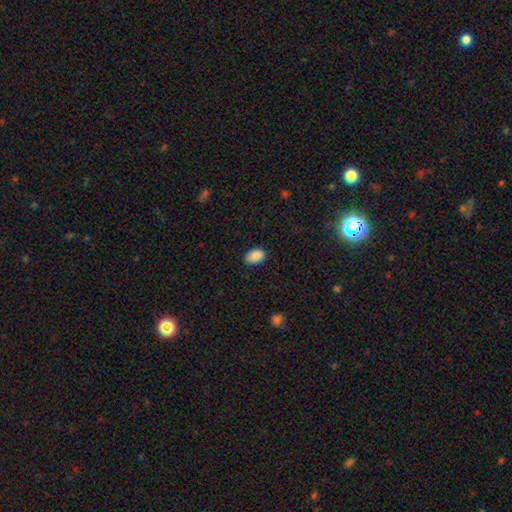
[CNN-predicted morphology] smooth_or_featured: smooth (p=0.90) [alt: star or artifact p=0.08]
how_rounded: in between (p=0.87) [alt: round p=0.12]
merging: none (p=0.84) [alt: minor disturbance p=0.12]